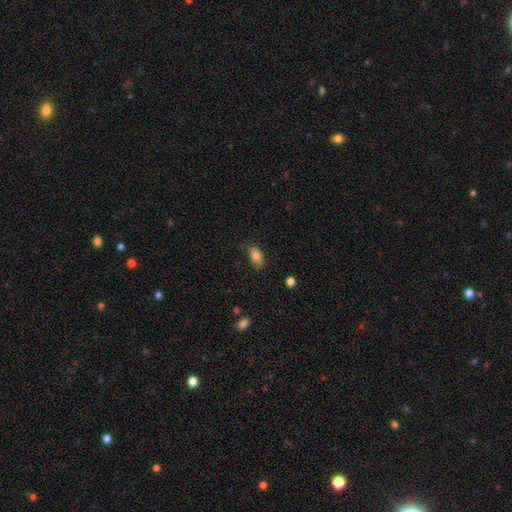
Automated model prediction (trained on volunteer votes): Overall: smooth (84%). How rounded: in between (91%). Merging: none (76%).